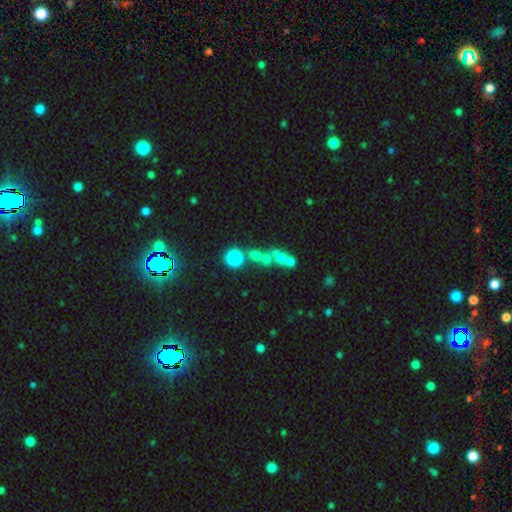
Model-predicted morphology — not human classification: Smooth or featured? Predicted: smooth (p=0.44). Merging? Predicted: merger (p=0.43).